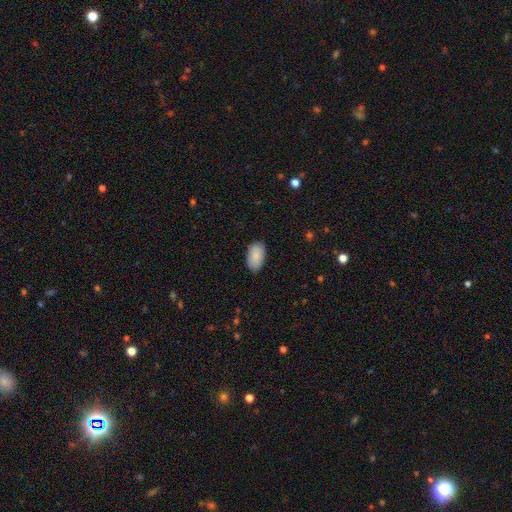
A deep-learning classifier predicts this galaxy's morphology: The model was most divided on "merging": none: 84%, minor disturbance: 13%, major disturbance: 2%, merger: 1%. More confident: how rounded — in between (95%); smooth or featured — smooth (87%).